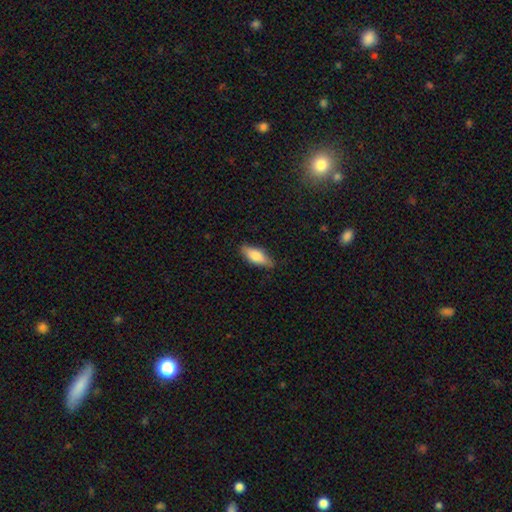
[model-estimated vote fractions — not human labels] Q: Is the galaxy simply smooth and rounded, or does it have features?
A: smooth — 78%.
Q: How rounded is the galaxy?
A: in between — 70%.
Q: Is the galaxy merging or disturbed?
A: none — 82%.